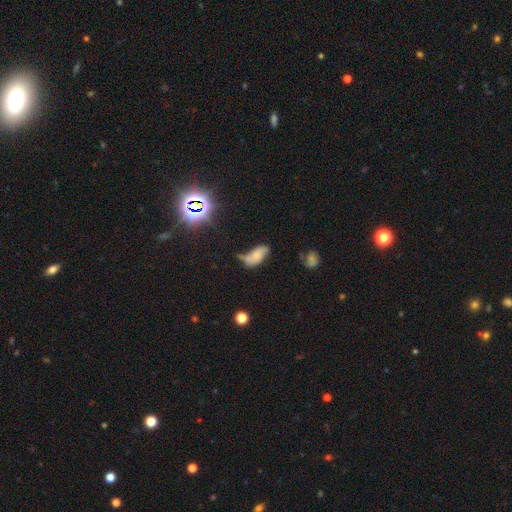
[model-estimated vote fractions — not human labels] The model was most divided on "merging": none: 38%, minor disturbance: 30%, merger: 18%, major disturbance: 14%. More confident: how rounded — in between (89%); smooth or featured — smooth (57%).